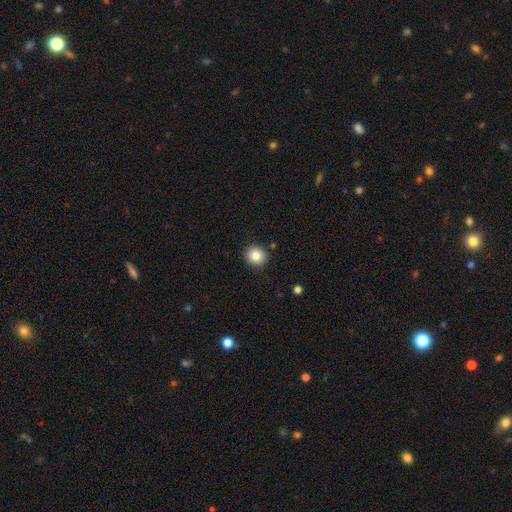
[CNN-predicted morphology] Smooth or featured? smooth (84%)
How rounded? round (89%)
Merging? none (91%)